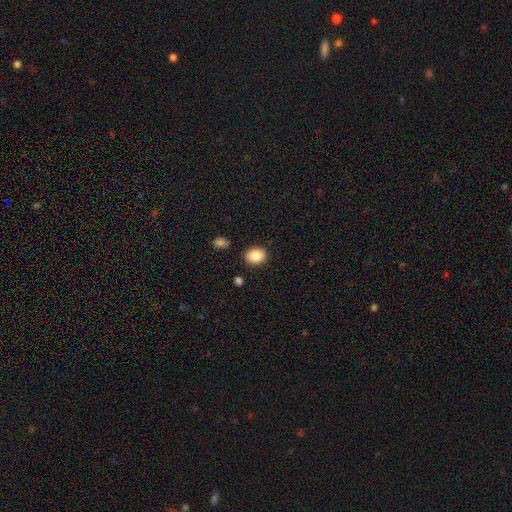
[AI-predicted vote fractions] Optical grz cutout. It shows a smooth galaxy with no disk features (87%) that is in between round and cigar-shaped (65%). Merging: none (86%).